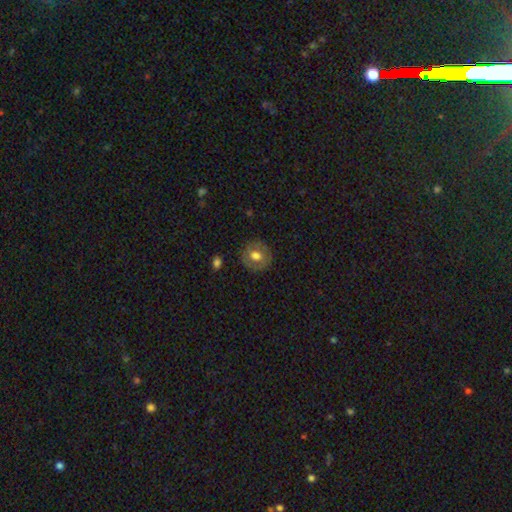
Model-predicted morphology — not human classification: This is likely a smooth galaxy (61%). How rounded: clearly round (86%). Merging: clearly none (86%).